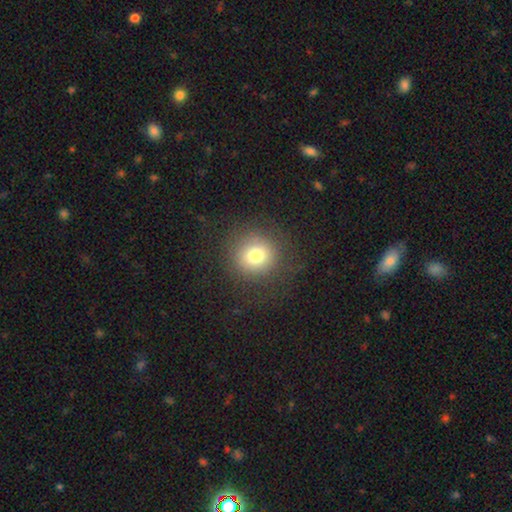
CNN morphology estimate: smooth_or_featured: smooth (p=0.74) [alt: star or artifact p=0.15]
how_rounded: round (p=0.92) [alt: in between p=0.07]
merging: none (p=0.83) [alt: minor disturbance p=0.09]